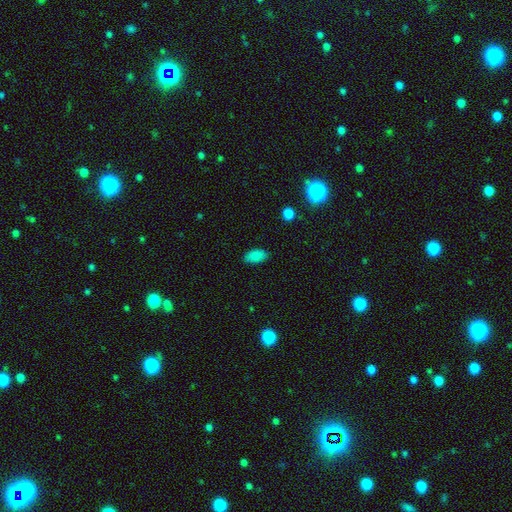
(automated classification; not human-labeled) Q: Smooth or featured?
A: smooth (86%); runner-up: star or artifact (9%)
Q: How rounded?
A: in between (93%); runner-up: round (4%)
Q: Merging?
A: none (84%); runner-up: minor disturbance (12%)